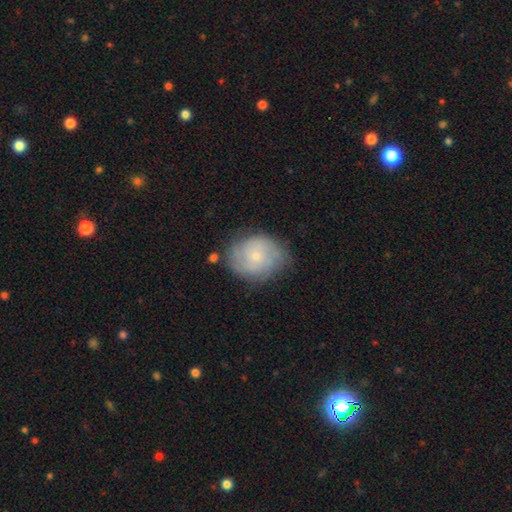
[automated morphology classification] type=featured or disk (60%); edge-on=no (97%); bar=no (77%); spiral arms=yes (87%); winding=tight (56%); arm count=2 (36%); bulge=small (74%); merging=none (70%).